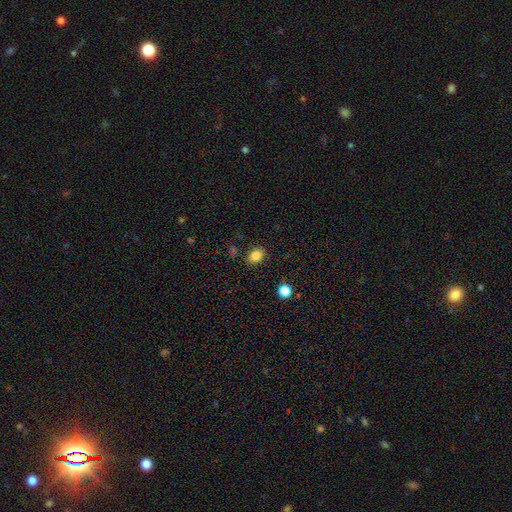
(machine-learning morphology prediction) This is clearly a smooth galaxy (83%). How rounded: likely in between (70%). Merging: clearly none (85%).